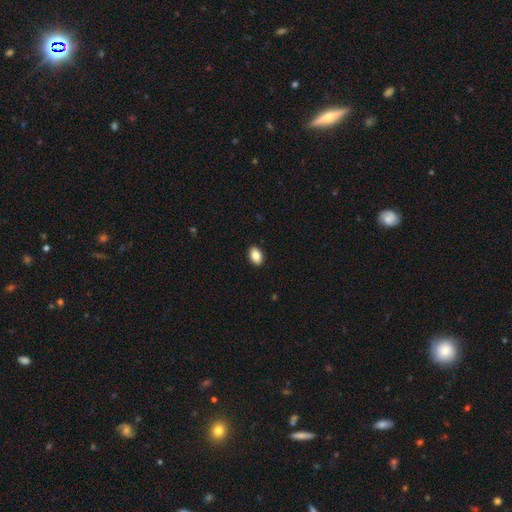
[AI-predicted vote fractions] A smooth galaxy with no disk features (86%) that is in between round and cigar-shaped (88%).

Vote fractions:
- Smooth or featured? smooth: 86% / star or artifact: 8% / featured or disk: 7%
- How rounded? in between: 88% / round: 10% / cigar-shaped: 2%
- Merging? none: 91% / minor disturbance: 7% / major disturbance: 2% / merger: 1%